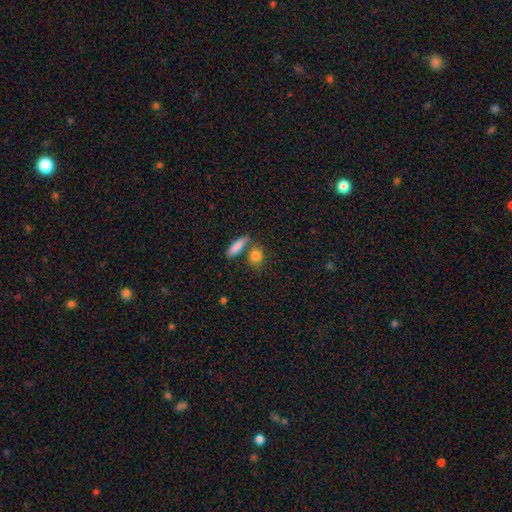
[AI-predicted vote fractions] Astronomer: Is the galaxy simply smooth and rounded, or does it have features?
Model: smooth — 83%.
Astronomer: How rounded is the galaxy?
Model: round — 48% (runner-up: in between, 42%).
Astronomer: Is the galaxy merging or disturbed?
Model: none — 62%.